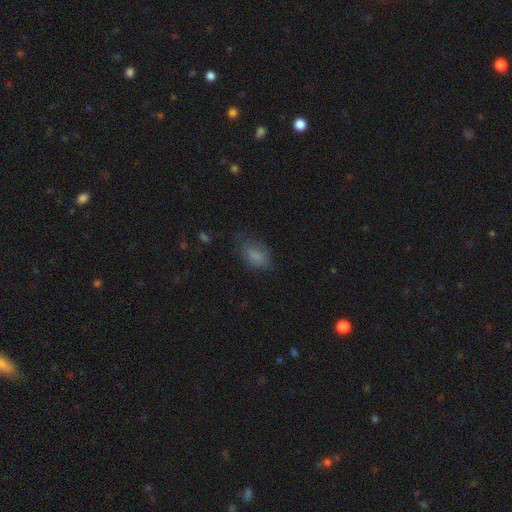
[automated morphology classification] This is likely a smooth galaxy (80%). How rounded: clearly in between (88%). Merging: possibly none (56%).